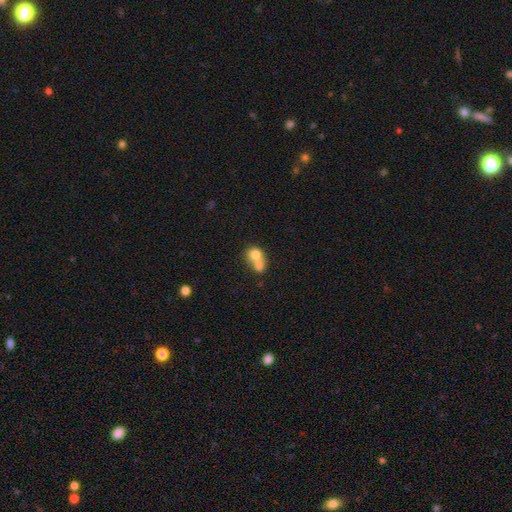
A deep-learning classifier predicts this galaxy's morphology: Q: Smooth or featured?
A: smooth (69%); runner-up: featured or disk (21%)
Q: How rounded?
A: round (57%); runner-up: in between (41%)
Q: Merging?
A: merger (67%); runner-up: none (21%)